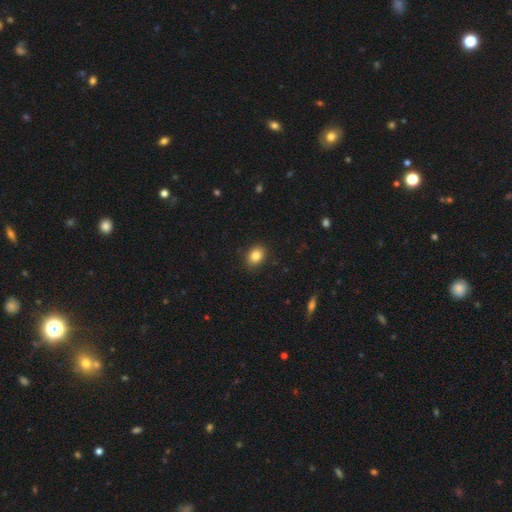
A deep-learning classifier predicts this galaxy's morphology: The model was most divided on "how rounded": in between: 58%, round: 41%, cigar-shaped: 1%. More confident: merging — none (88%); smooth or featured — smooth (85%).